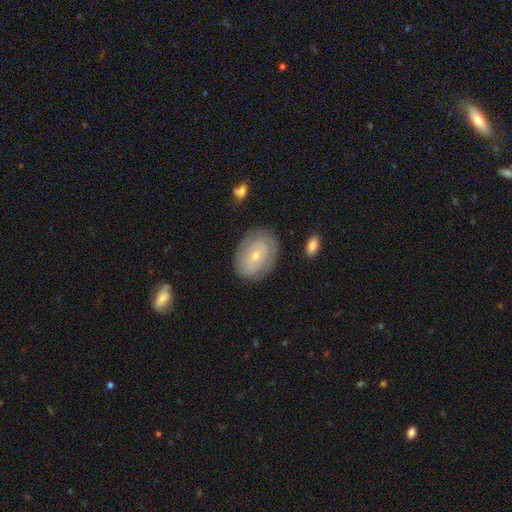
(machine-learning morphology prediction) type=featured or disk (57%); edge-on=no (95%); bar=no (74%); spiral arms=yes (64%); bulge=small (65%); merging=none (79%).